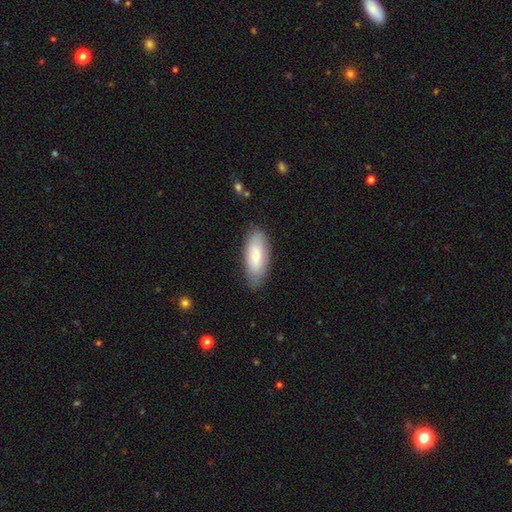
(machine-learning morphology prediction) This appears to be a smooth galaxy with no disk features (78%) that is in between round and cigar-shaped (81%). Merging: none (79%).